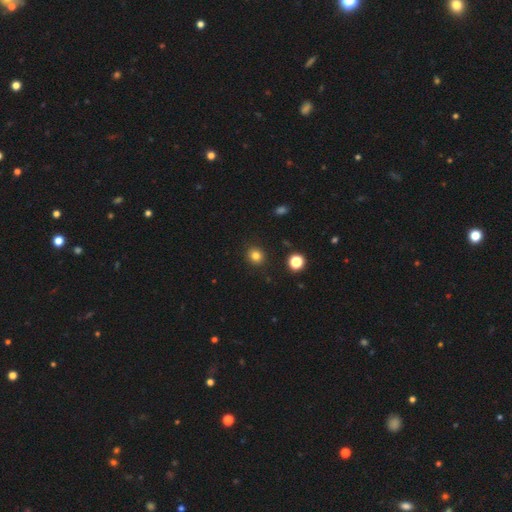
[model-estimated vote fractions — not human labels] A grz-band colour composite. It shows a smooth galaxy with no disk features (82%) that is round (86%). Merging: none (91%).